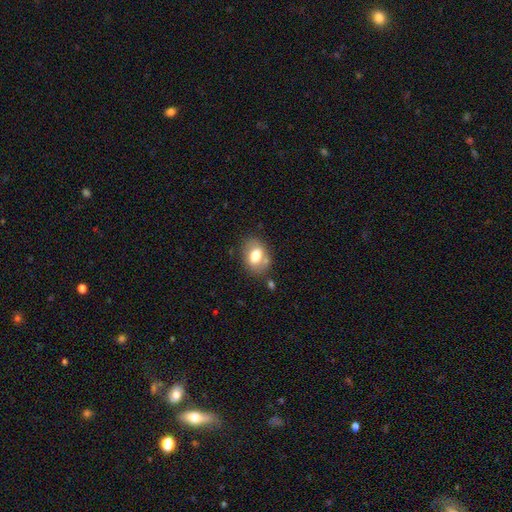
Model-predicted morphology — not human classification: smooth_or_featured: smooth (p=0.69) [alt: featured or disk p=0.22]
how_rounded: in between (p=0.73) [alt: round p=0.26]
merging: none (p=0.69) [alt: minor disturbance p=0.18]